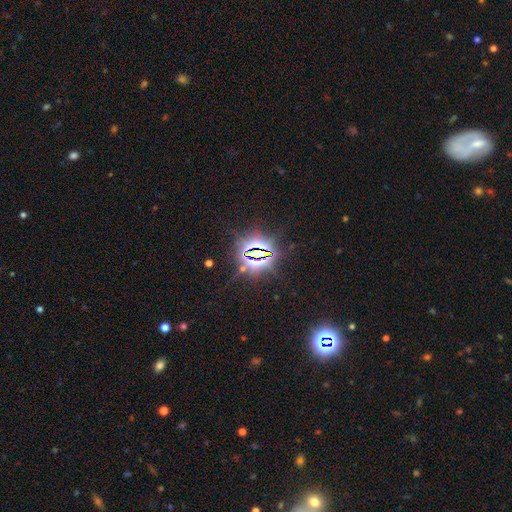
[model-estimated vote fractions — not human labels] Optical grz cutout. It shows a star or artifact, not a galaxy (84%).